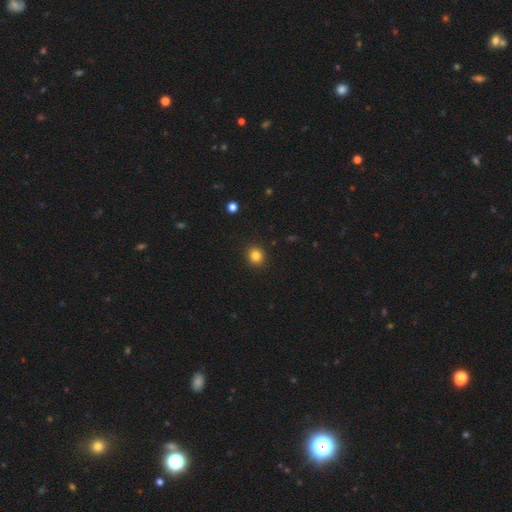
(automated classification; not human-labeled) This is clearly a smooth galaxy (83%). How rounded: clearly round (83%). Merging: clearly none (91%).